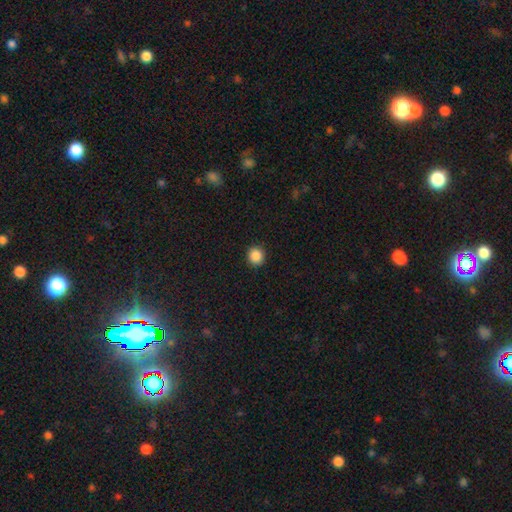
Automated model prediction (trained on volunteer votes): Smooth or featured?
  - smooth: 88% *
  - star or artifact: 10%
  - featured or disk: 3%
How rounded?
  - round: 92% *
  - in between: 7%
  - cigar-shaped: 1%
Merging?
  - none: 91% *
  - minor disturbance: 6%
  - major disturbance: 2%
  - merger: 1%